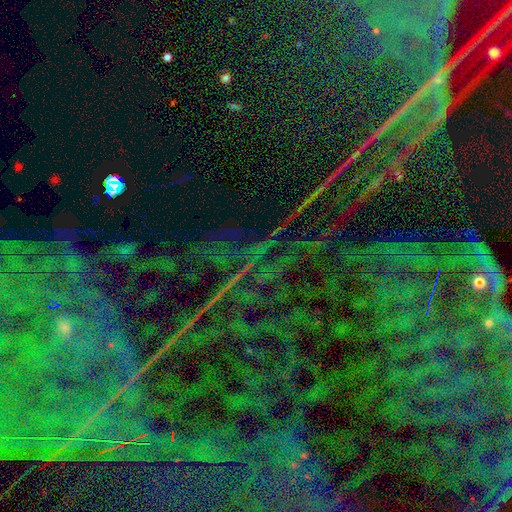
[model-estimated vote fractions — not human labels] Smooth or featured: star or artifact — 83% (featured or disk — 9%)